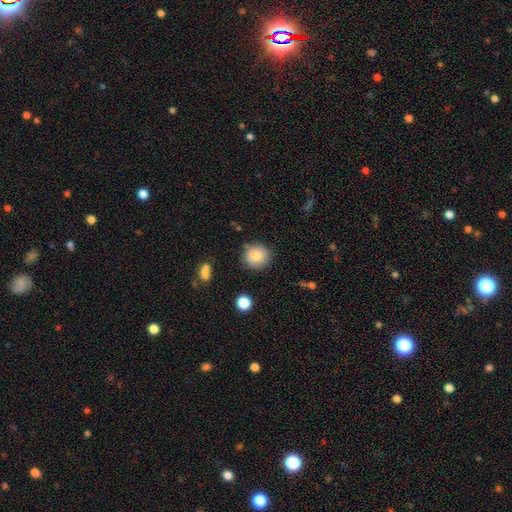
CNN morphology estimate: smooth_or_featured: smooth (p=0.84) [alt: star or artifact p=0.09]
how_rounded: round (p=0.87) [alt: in between p=0.12]
merging: none (p=0.81) [alt: minor disturbance p=0.13]